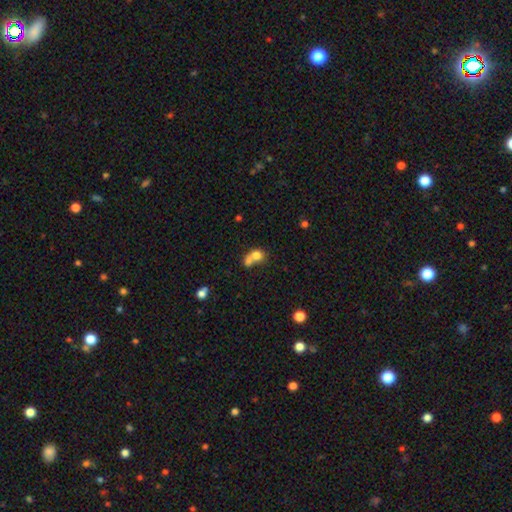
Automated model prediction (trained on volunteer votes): Morphology: type=smooth (74%); roundness=round (66%); merging=merger (64%).